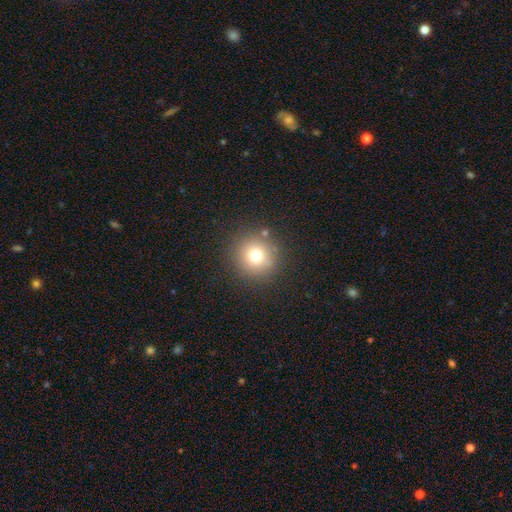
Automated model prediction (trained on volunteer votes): Smooth or featured: smooth — 73% (star or artifact — 15%)
How rounded: round — 94% (in between — 5%)
Merging: none — 86% (minor disturbance — 8%)